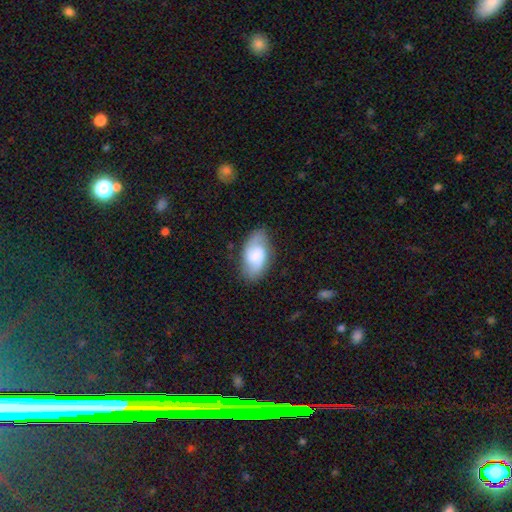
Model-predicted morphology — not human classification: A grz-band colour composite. It shows a featured or disk galaxy (59%) with no bar (54%), 2 (85%) medium (47%) spiral arms (92%) and a large central bulge (25%). Merging: none (76%).